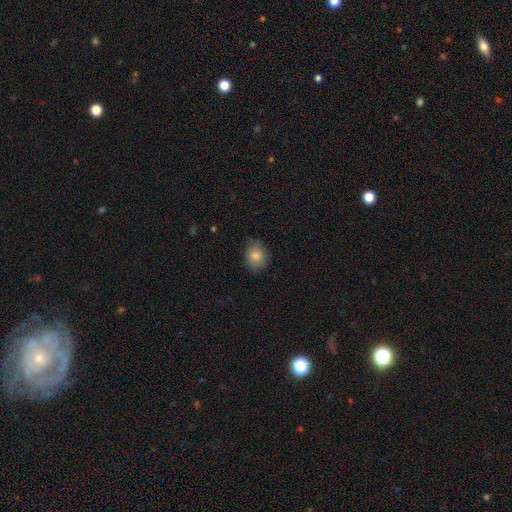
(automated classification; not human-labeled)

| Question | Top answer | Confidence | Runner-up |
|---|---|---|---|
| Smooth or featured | smooth | 83% | featured or disk (9%) |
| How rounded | round | 56% | in between (43%) |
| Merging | none | 75% | minor disturbance (20%) |